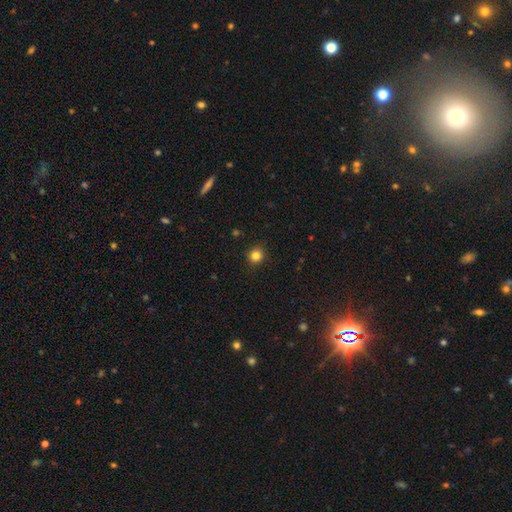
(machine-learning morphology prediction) Q: Smooth or featured?
A: smooth (83%); runner-up: star or artifact (12%)
Q: How rounded?
A: round (91%); runner-up: in between (8%)
Q: Merging?
A: none (91%); runner-up: minor disturbance (6%)